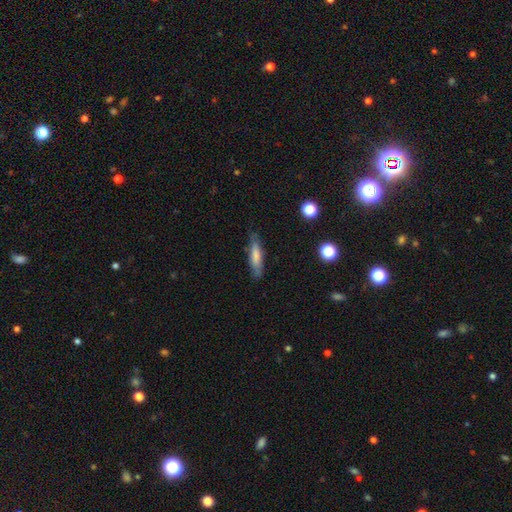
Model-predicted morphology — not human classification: This appears to be a smooth galaxy with no disk features (71%) that is cigar-shaped (73%). Merging: none (78%).